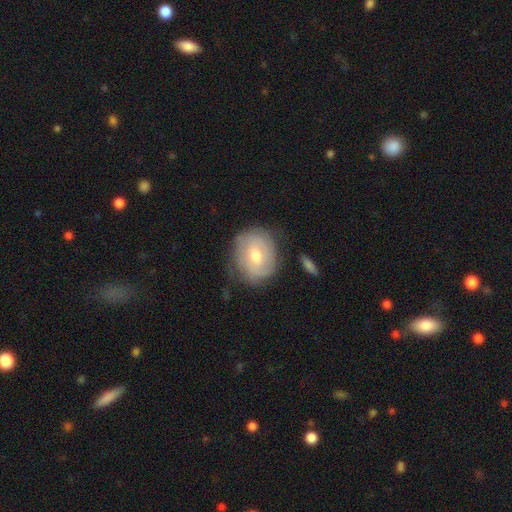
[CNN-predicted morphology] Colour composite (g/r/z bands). It shows a featured or disk galaxy (49%). Merging: none (70%).